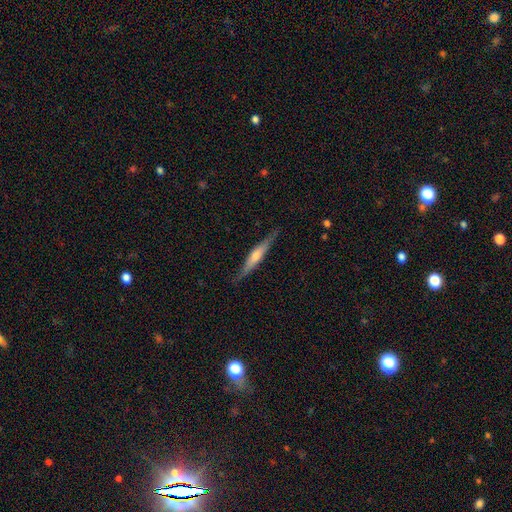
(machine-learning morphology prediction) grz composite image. It shows a featured or disk galaxy (67%) viewed edge-on (95%) with a rounded central bulge (72%). Merging: none (84%).